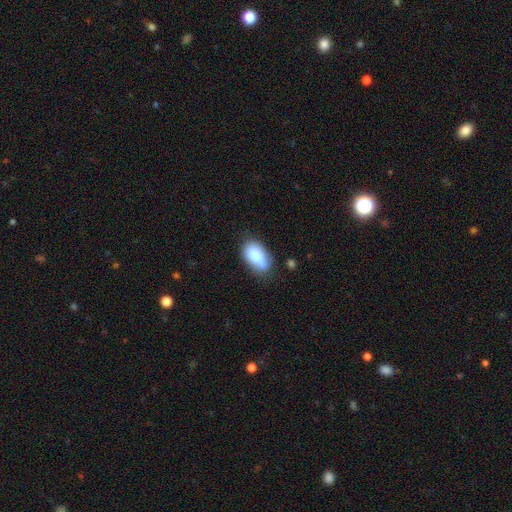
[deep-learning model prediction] Smooth or featured: smooth — 80% (featured or disk — 12%)
How rounded: in between — 92% (round — 5%)
Merging: none — 58% (minor disturbance — 27%)